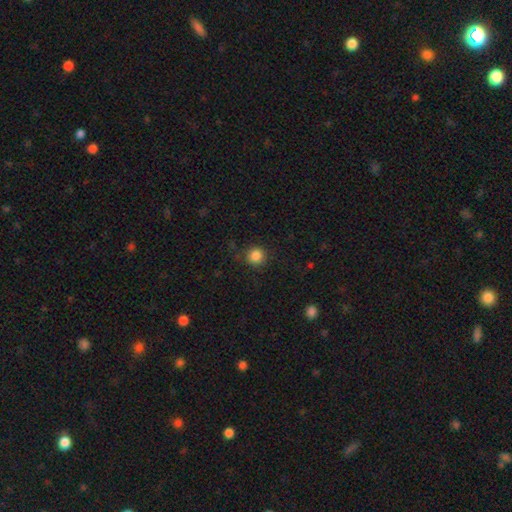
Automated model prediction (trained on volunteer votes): Smooth or featured? Predicted: smooth (p=0.85). How rounded? Predicted: round (p=0.94). Merging? Predicted: none (p=0.86).